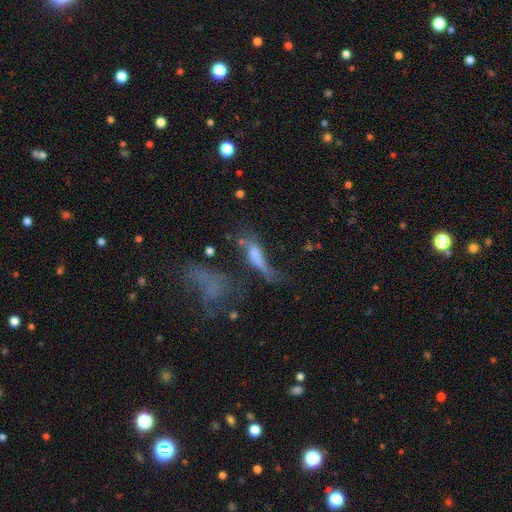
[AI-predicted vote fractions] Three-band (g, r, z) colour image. It shows a smooth galaxy with no disk features (48%). Merging: major disturbance (38%).